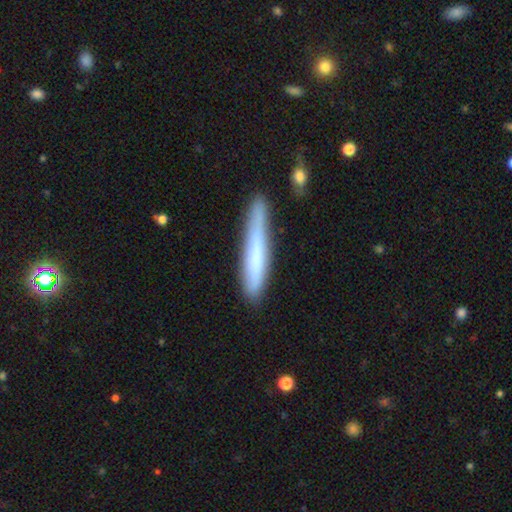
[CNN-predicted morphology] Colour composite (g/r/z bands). It shows a smooth galaxy with no disk features (66%) that is cigar-shaped (94%). Merging: none (76%).